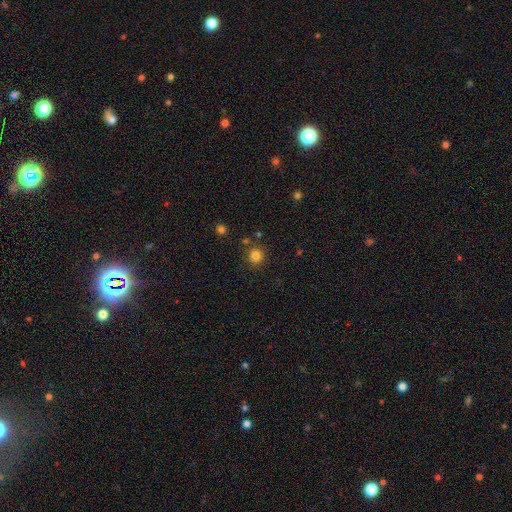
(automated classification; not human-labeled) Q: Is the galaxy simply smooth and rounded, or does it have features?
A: smooth — 82%.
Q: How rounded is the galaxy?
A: round — 92%.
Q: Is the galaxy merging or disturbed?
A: none — 85%.